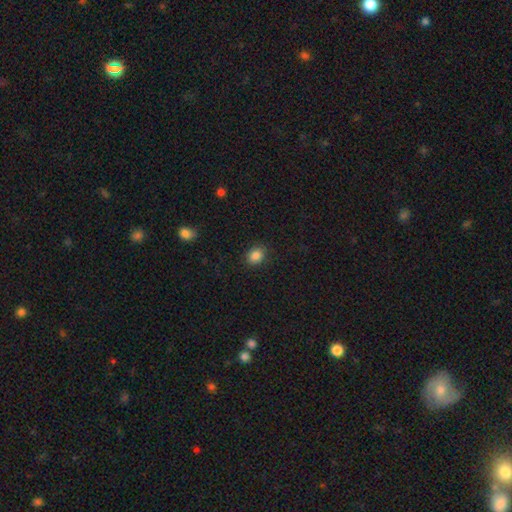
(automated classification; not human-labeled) This is clearly a smooth galaxy (85%). How rounded: possibly in between (51%). Merging: clearly none (87%).